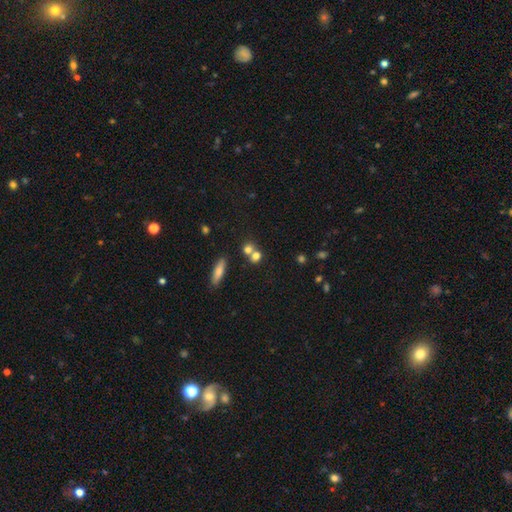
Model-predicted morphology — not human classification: Smooth or featured?
  - smooth: 71% *
  - featured or disk: 15%
  - star or artifact: 14%
How rounded?
  - round: 70% *
  - in between: 26%
  - cigar-shaped: 4%
Merging?
  - merger: 48% *
  - none: 42%
  - minor disturbance: 7%
  - major disturbance: 3%